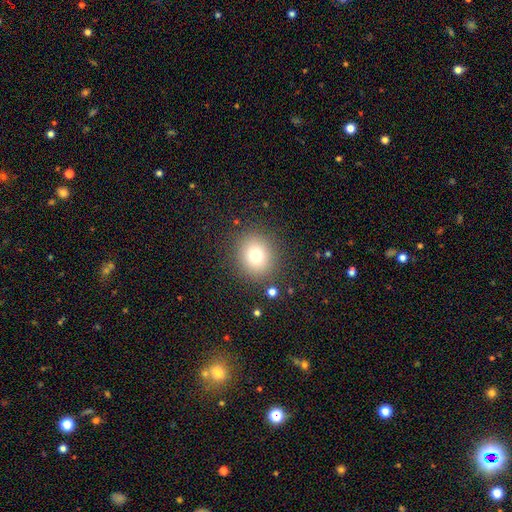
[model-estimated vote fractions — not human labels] Smooth or featured? smooth (76%)
How rounded? round (84%)
Merging? none (87%)